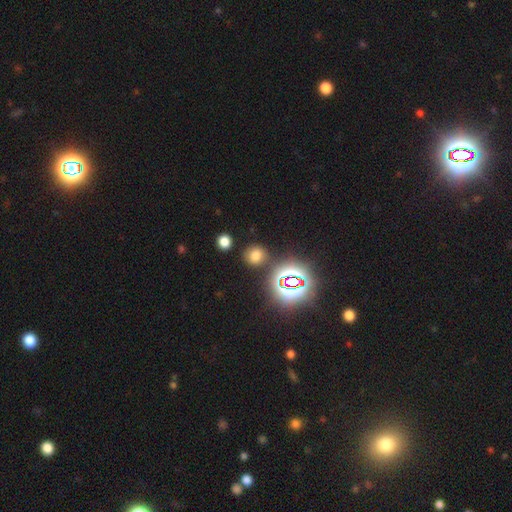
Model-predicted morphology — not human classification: smooth 66%, star or artifact 27%, featured or disk 7%. Down the decision tree: how rounded — round (78%); merging — none (82%).